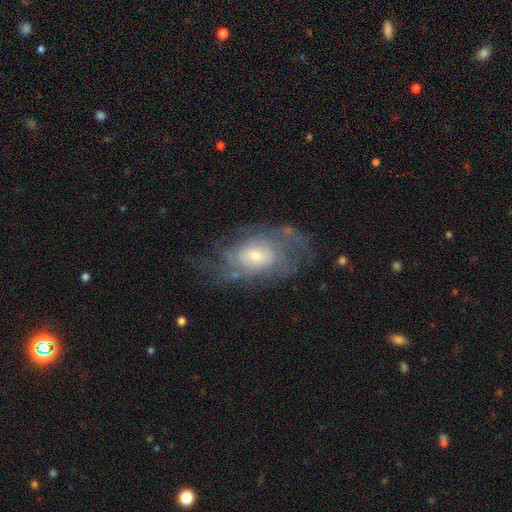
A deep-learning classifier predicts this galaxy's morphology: Smooth or featured?
  - featured or disk: 76% *
  - smooth: 17%
  - star or artifact: 7%
Edge-on disk?
  - no: 94% *
  - yes: 6%
Bar?
  - no: 66% *
  - weak: 29%
  - strong: 5%
Spiral arms?
  - yes: 85% *
  - no: 15%
Spiral winding?
  - tight: 50% *
  - medium: 36%
  - loose: 14%
Spiral arm count?
  - can't tell: 50% *
  - 2: 22%
  - 3: 11%
  - 4: 7%
  - 1: 5%
  - more than 4: 4%
Bulge size?
  - small: 54% *
  - moderate: 38%
  - large: 5%
  - none: 2%
  - dominant: 1%
Merging?
  - none: 61% *
  - minor disturbance: 21%
  - major disturbance: 16%
  - merger: 2%